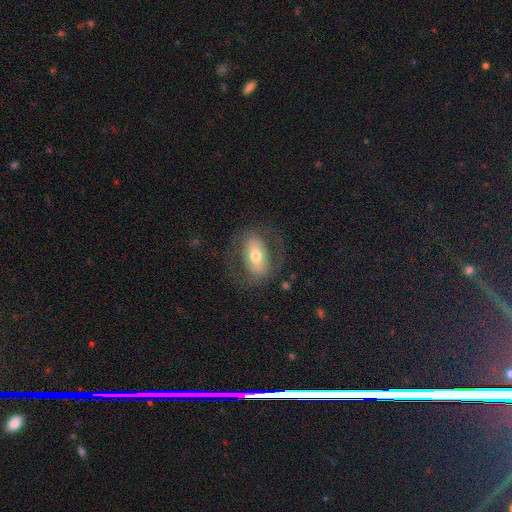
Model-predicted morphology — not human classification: smooth-or-featured: featured or disk: 52% | smooth: 41% | star or artifact: 7%
  disk-edge-on: no: 90% | yes: 10%
  merging: none: 71% | minor disturbance: 15% | major disturbance: 14% | merger: 1%